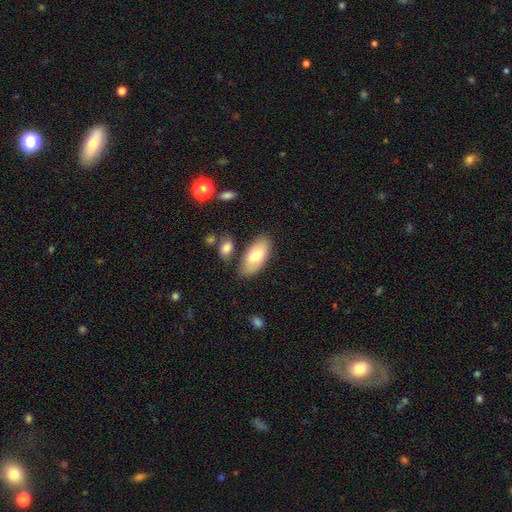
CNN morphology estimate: This appears to be a smooth galaxy with no disk features (73%) that is in between round and cigar-shaped (92%). Merging: none (74%).